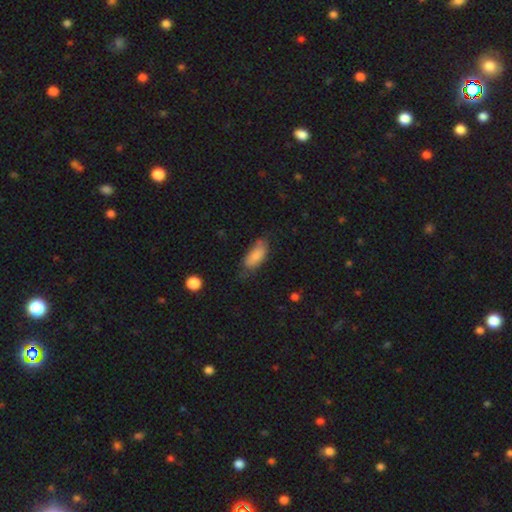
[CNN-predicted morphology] A smooth galaxy with no disk features (82%) that is in between round and cigar-shaped (84%). Merging: none (54%).